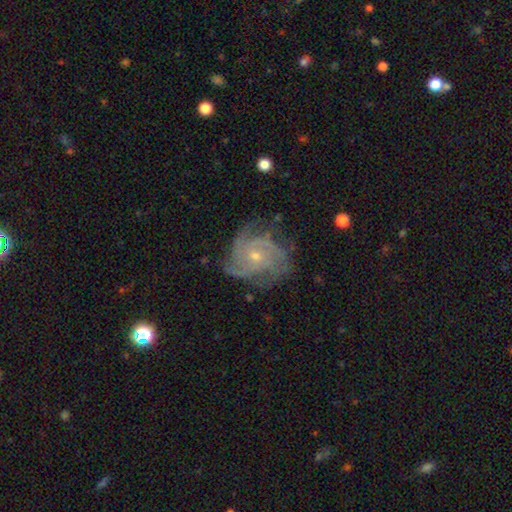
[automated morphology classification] Overall: featured or disk (86%). Edge-on disk: no (98%). Bar: no (78%). Spiral arms: yes (95%). Spiral arm count: 3 (31%; 4 27%). Spiral winding: tight (50%; medium 40%). Bulge size: small (67%; moderate 30%). Merging: none (65%).